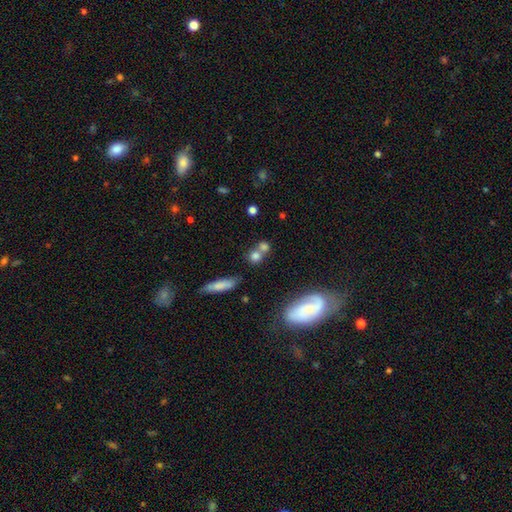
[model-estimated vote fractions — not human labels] Smooth or featured: smooth — 74% (featured or disk — 13%)
How rounded: round — 78% (in between — 19%)
Merging: none — 46% (merger — 42%)